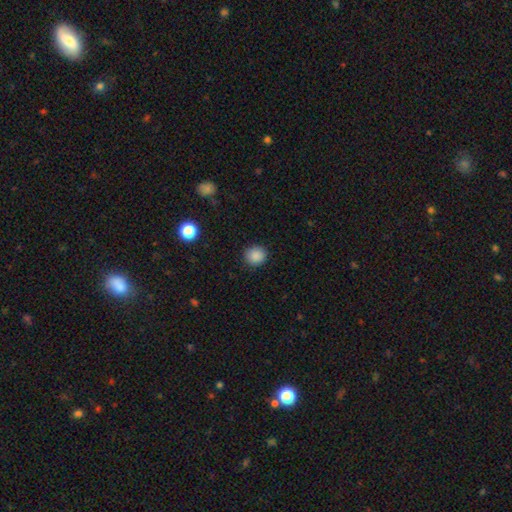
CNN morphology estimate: Overall: smooth (87%). How rounded: round (88%). Merging: none (90%).